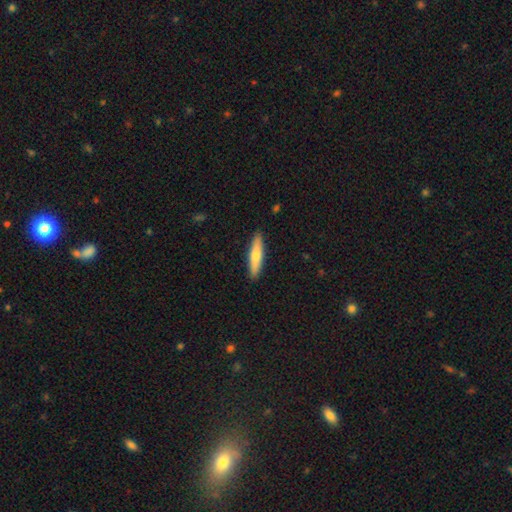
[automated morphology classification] Smooth or featured? Predicted: smooth (p=0.64). How rounded? Predicted: cigar-shaped (p=0.80). Merging? Predicted: none (p=0.91).